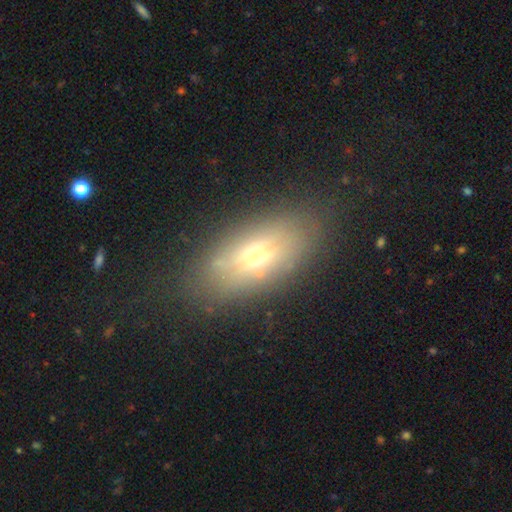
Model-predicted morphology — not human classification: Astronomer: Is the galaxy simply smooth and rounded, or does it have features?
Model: smooth — 47% (runner-up: featured or disk, 42%).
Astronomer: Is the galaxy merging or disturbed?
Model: none — 76%.